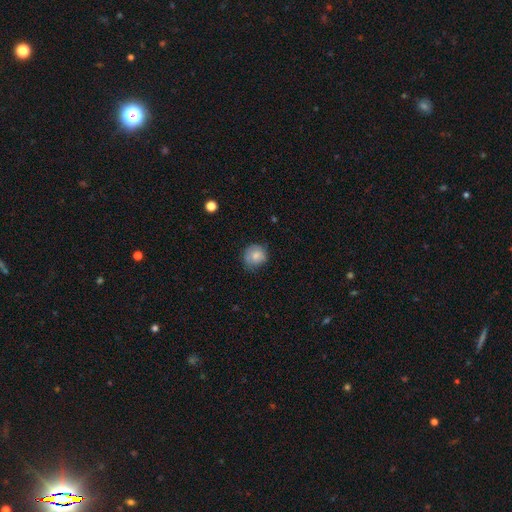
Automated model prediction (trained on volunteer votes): Morphology: type=smooth (76%); roundness=round (84%); merging=none (68%).